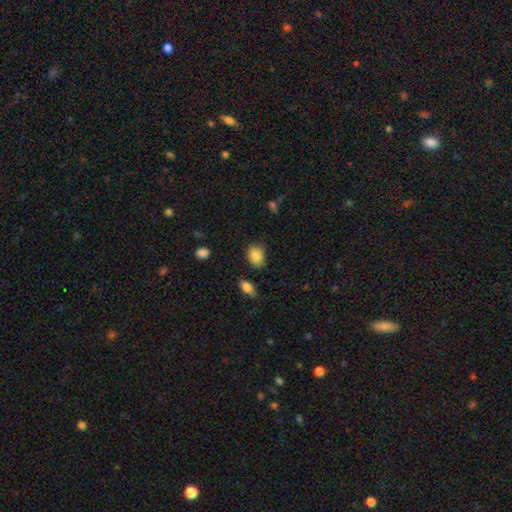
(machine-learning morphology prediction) Smooth or featured: smooth — 84% (star or artifact — 9%)
How rounded: in between — 61% (round — 38%)
Merging: none — 68% (minor disturbance — 25%)